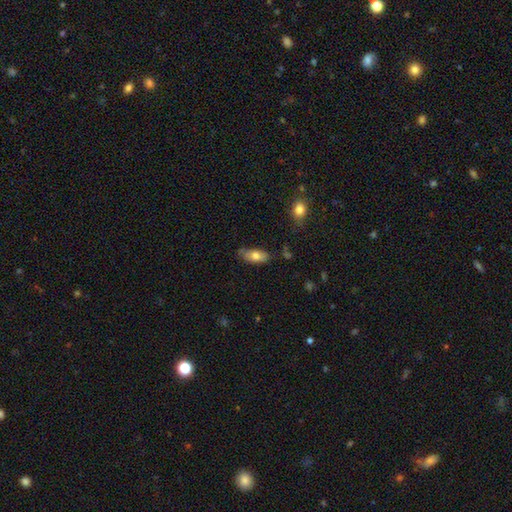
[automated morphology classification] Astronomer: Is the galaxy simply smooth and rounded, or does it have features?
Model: smooth — 73%.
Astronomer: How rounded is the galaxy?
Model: in between — 85%.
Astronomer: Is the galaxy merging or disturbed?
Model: none — 70%.